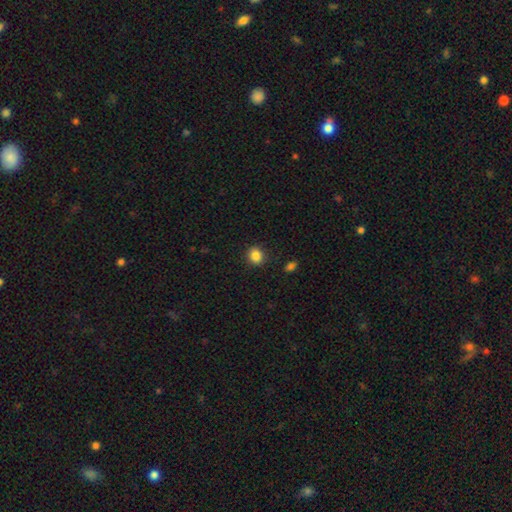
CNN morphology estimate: smooth_or_featured: smooth (p=0.85) [alt: star or artifact p=0.10]
how_rounded: round (p=0.73) [alt: in between p=0.26]
merging: none (p=0.88) [alt: minor disturbance p=0.08]